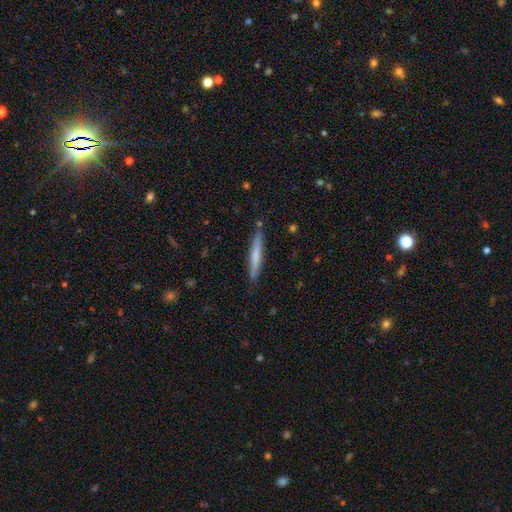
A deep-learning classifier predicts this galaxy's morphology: Overall: smooth (62%; featured or disk 33%). How rounded: cigar-shaped (95%). Merging: none (87%).